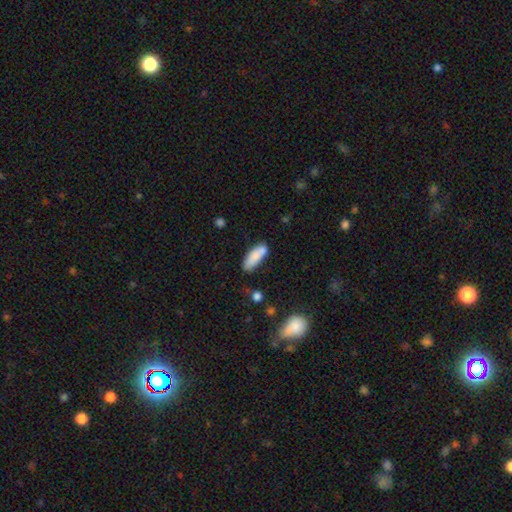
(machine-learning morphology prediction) This is clearly a smooth galaxy (83%). How rounded: likely in between (62%). Merging: likely none (67%).